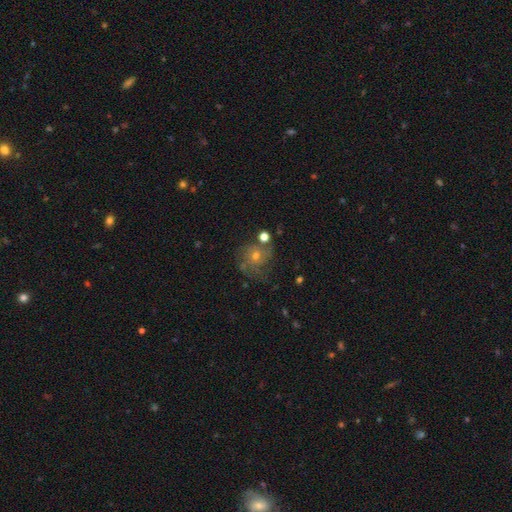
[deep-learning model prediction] This is marginally a featured or disk galaxy (44%). Merging: possibly none (52%).